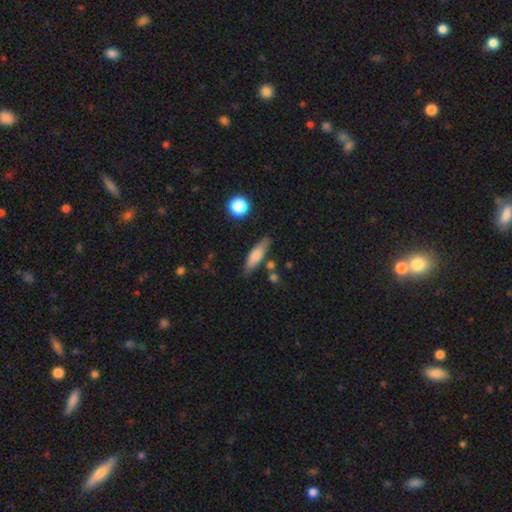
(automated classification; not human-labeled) This appears to be a smooth galaxy with no disk features (72%) that is cigar-shaped (59%). Merging: none (76%).